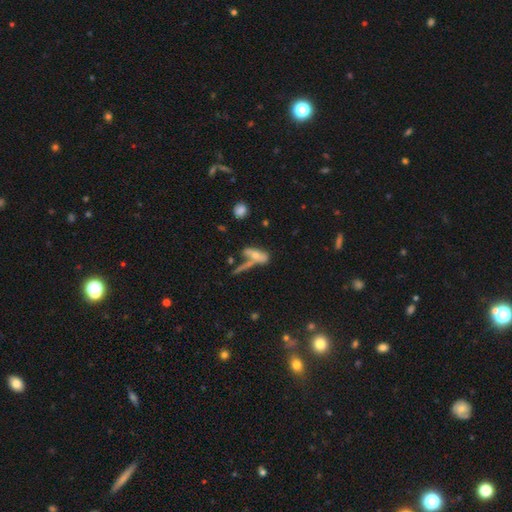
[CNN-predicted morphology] Smooth or featured? smooth (55%)
How rounded? in between (56%)
Merging? merger (39%)